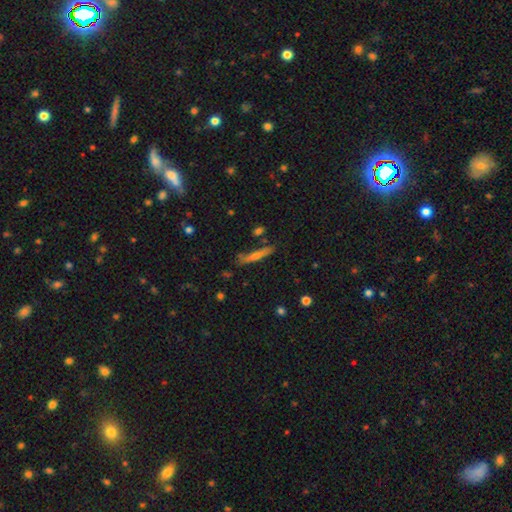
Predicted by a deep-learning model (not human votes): featured or disk 47%, smooth 44%, star or artifact 10%. Down the decision tree: merging — none (78%).